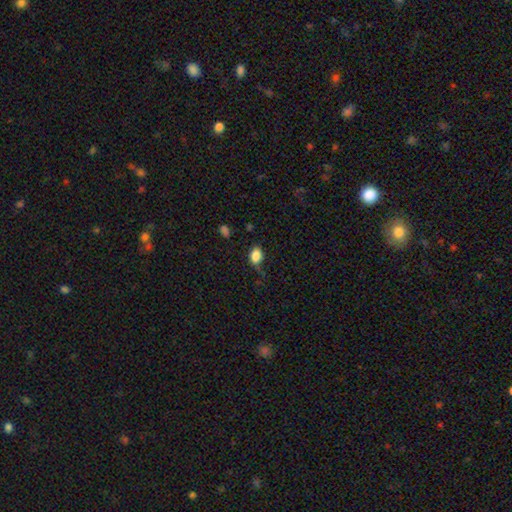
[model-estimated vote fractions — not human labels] Smooth or featured? Predicted: smooth (p=0.85). How rounded? Predicted: in between (p=0.73). Merging? Predicted: none (p=0.57).